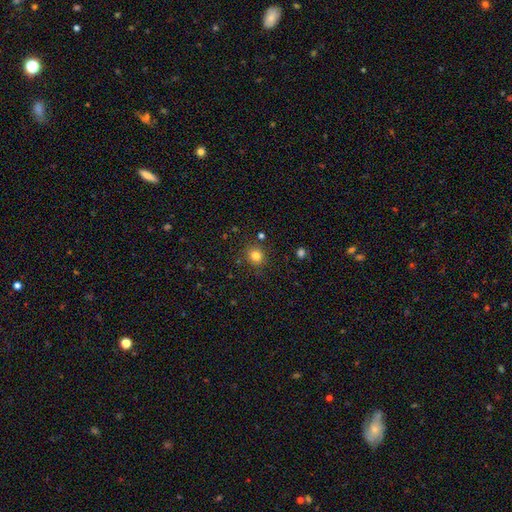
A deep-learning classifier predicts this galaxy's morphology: This appears to be a smooth galaxy with no disk features (80%) that is round (88%). Merging: none (87%).